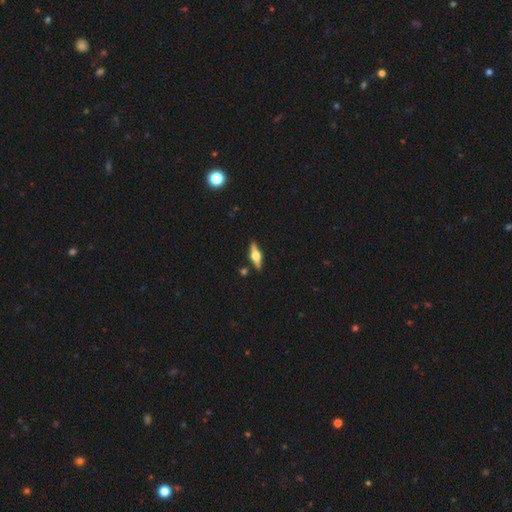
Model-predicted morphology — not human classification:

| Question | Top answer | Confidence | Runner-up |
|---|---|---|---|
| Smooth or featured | featured or disk | 72% | smooth (22%) |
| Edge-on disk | yes | 97% | no (3%) |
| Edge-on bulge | rounded | 95% | boxy (4%) |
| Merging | none | 88% | minor disturbance (8%) |